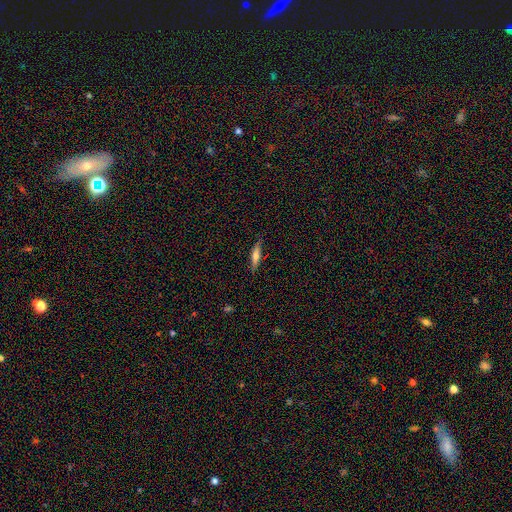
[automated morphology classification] smooth_or_featured: smooth (p=0.57) [alt: featured or disk p=0.36]
how_rounded: cigar-shaped (p=0.77) [alt: in between p=0.21]
merging: none (p=0.83) [alt: minor disturbance p=0.14]